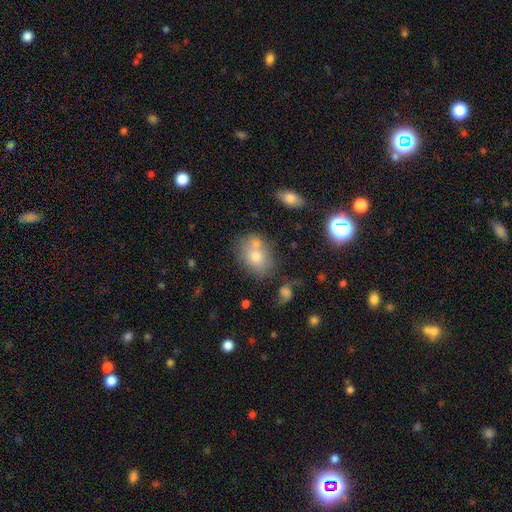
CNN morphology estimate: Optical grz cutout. It shows a smooth galaxy with no disk features (71%) that is in between round and cigar-shaped (60%). Merging: none (52%).